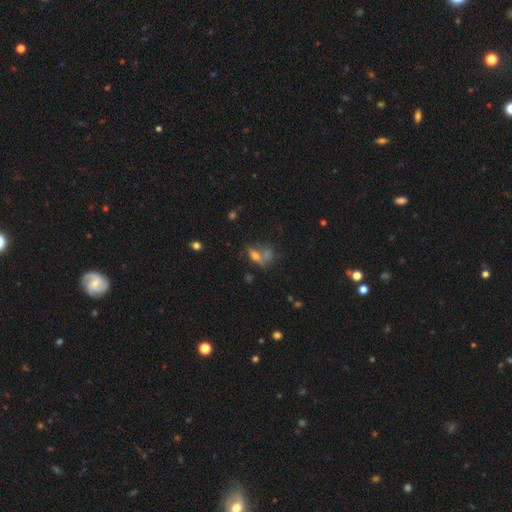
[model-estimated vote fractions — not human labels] Smooth or featured: smooth — 46% (featured or disk — 30%)
Merging: none — 33% (merger — 30%)